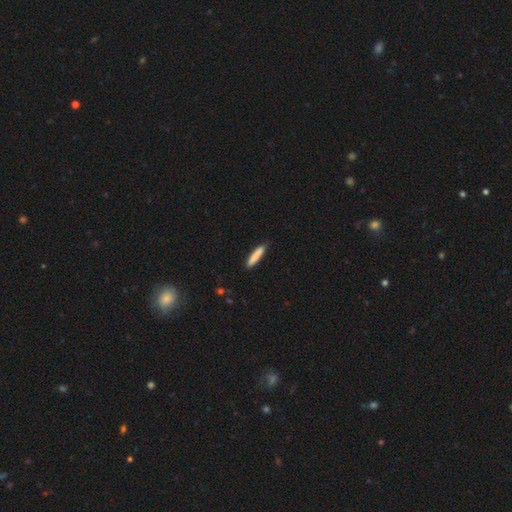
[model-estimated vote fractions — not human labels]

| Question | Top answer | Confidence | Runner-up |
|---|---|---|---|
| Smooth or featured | smooth | 84% | featured or disk (10%) |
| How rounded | cigar-shaped | 90% | in between (8%) |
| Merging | none | 87% | minor disturbance (10%) |